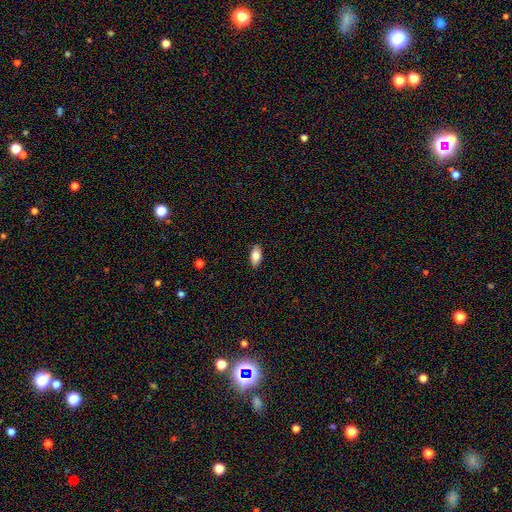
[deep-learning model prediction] smooth_or_featured: smooth (p=0.84) [alt: featured or disk p=0.09]
how_rounded: in between (p=0.92) [alt: cigar-shaped p=0.05]
merging: none (p=0.88) [alt: minor disturbance p=0.09]